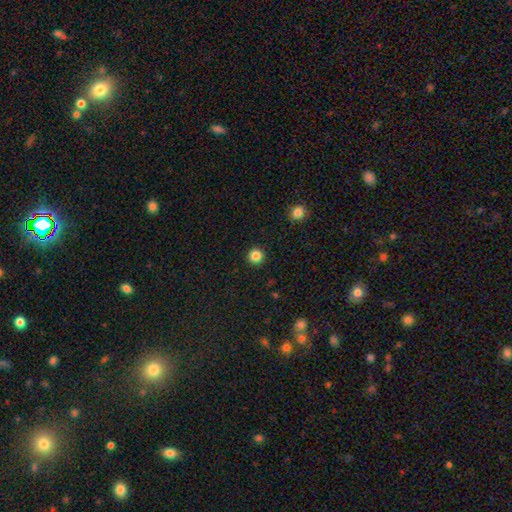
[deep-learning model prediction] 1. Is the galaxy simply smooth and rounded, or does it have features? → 85% smooth, 11% star or artifact, 4% featured or disk.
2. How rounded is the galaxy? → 96% round, 3% in between, 1% cigar-shaped.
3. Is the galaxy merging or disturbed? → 93% none, 4% minor disturbance, 2% major disturbance, 1% merger.